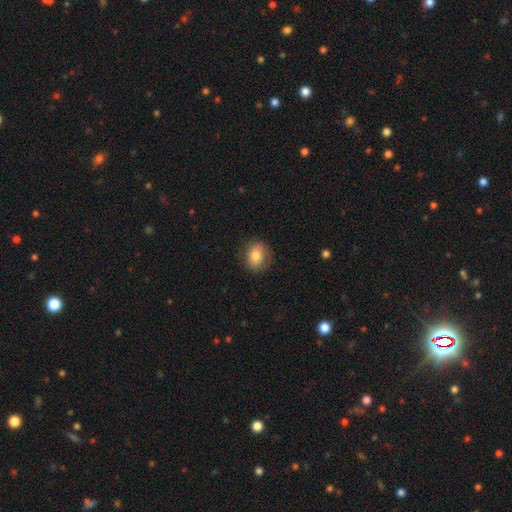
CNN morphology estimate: type=smooth (76%); roundness=round (67%); merging=none (78%).